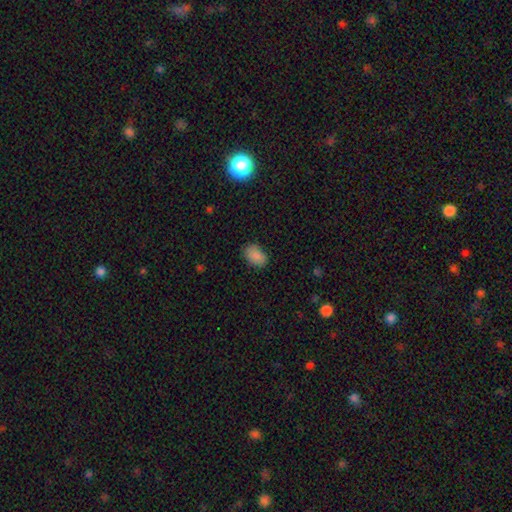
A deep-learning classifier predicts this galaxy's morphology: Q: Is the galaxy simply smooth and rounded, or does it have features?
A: smooth — 87%.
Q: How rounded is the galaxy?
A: in between — 85%.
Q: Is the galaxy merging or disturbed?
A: none — 81%.